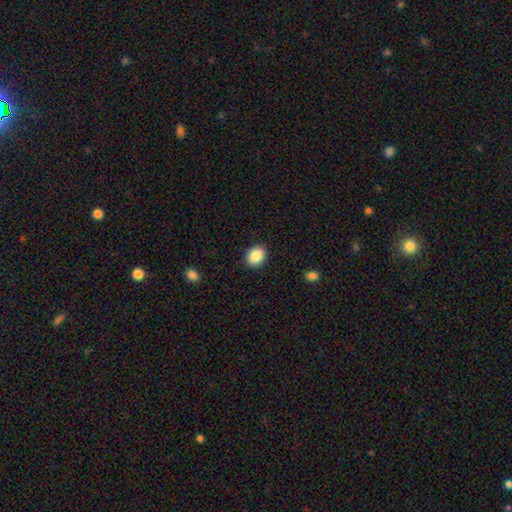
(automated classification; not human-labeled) Smooth or featured: smooth — 89% (star or artifact — 8%)
How rounded: in between — 62% (round — 37%)
Merging: none — 90% (minor disturbance — 7%)